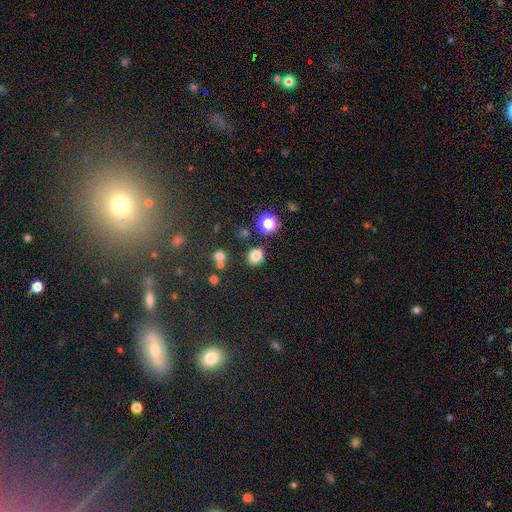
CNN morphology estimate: type=smooth (80%); roundness=round (56%); merging=none (82%).